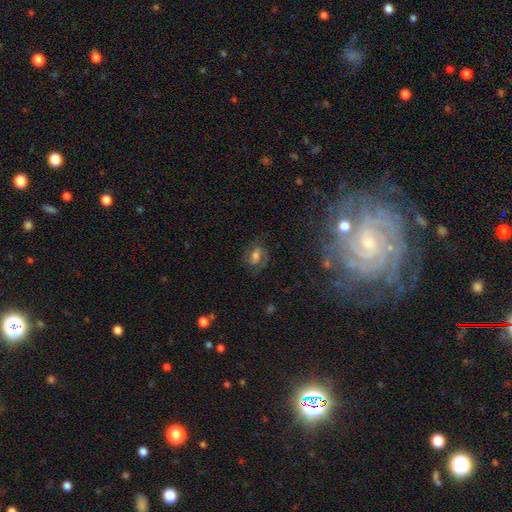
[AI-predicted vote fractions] Q: Smooth or featured?
A: featured or disk (56%); runner-up: smooth (29%)
Q: Edge-on disk?
A: no (95%); runner-up: yes (5%)
Q: Bar?
A: weak (45%); runner-up: no (32%)
Q: Spiral arms?
A: yes (87%); runner-up: no (13%)
Q: Bulge size?
A: moderate (50%); runner-up: small (22%)
Q: Merging?
A: none (69%); runner-up: minor disturbance (18%)